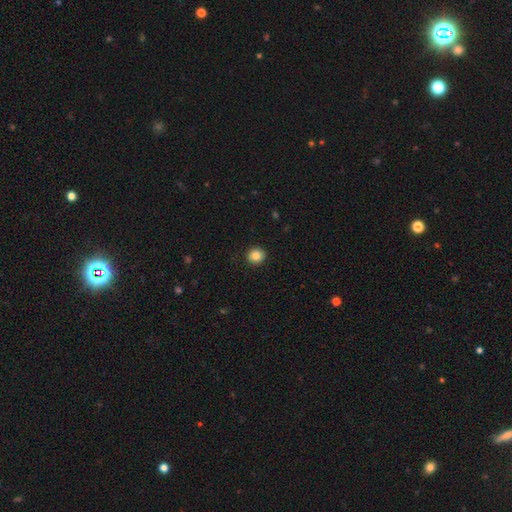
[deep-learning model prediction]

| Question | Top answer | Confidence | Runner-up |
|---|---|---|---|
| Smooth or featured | smooth | 85% | star or artifact (10%) |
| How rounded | round | 89% | in between (10%) |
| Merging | none | 92% | minor disturbance (6%) |